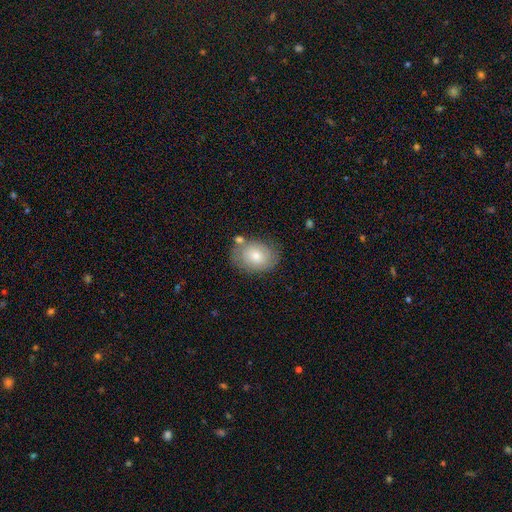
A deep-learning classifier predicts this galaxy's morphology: Smooth or featured?
  - smooth: 69% *
  - featured or disk: 23%
  - star or artifact: 8%
How rounded?
  - in between: 66% *
  - round: 33%
  - cigar-shaped: 1%
Merging?
  - none: 68% *
  - minor disturbance: 18%
  - merger: 8%
  - major disturbance: 6%